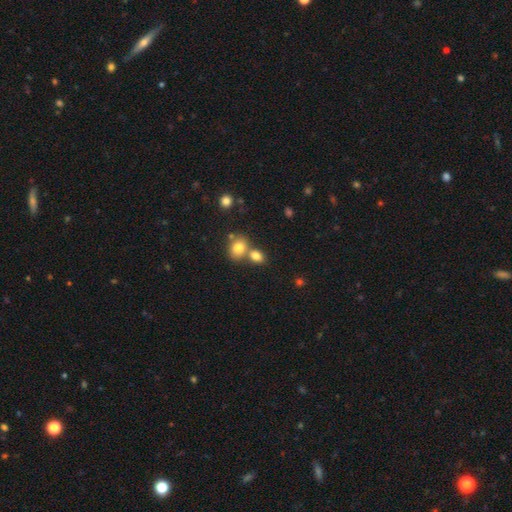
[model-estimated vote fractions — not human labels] The model was most divided on "merging": none: 45%, merger: 42%, minor disturbance: 9%, major disturbance: 3%. More confident: smooth or featured — smooth (79%); how rounded — in between (58%).